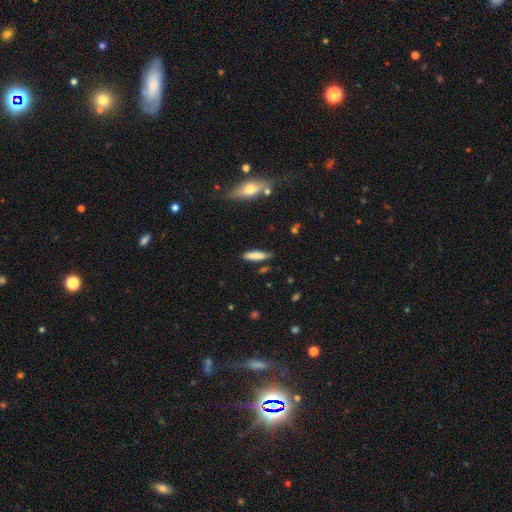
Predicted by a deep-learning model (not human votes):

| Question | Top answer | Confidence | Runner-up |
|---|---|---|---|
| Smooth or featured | smooth | 81% | featured or disk (13%) |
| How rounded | cigar-shaped | 74% | in between (24%) |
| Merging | none | 83% | minor disturbance (12%) |